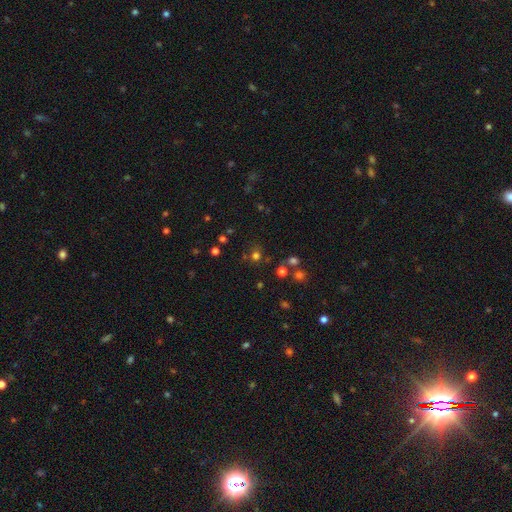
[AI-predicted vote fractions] Smooth or featured?
  - smooth: 65% *
  - star or artifact: 28%
  - featured or disk: 7%
How rounded?
  - round: 87% *
  - in between: 12%
  - cigar-shaped: 1%
Merging?
  - none: 74% *
  - minor disturbance: 11%
  - merger: 10%
  - major disturbance: 5%